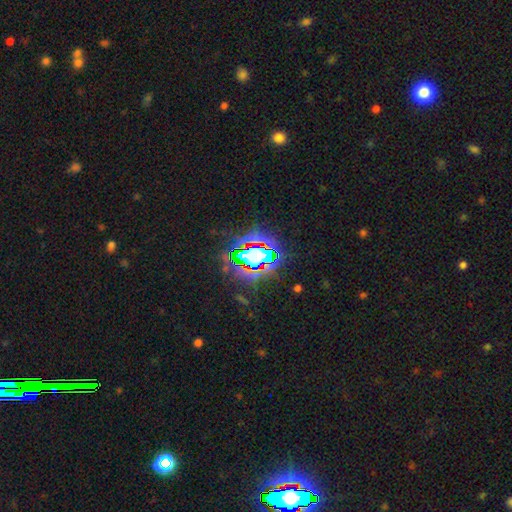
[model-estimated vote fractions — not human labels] A star or artifact, not a galaxy (68%).